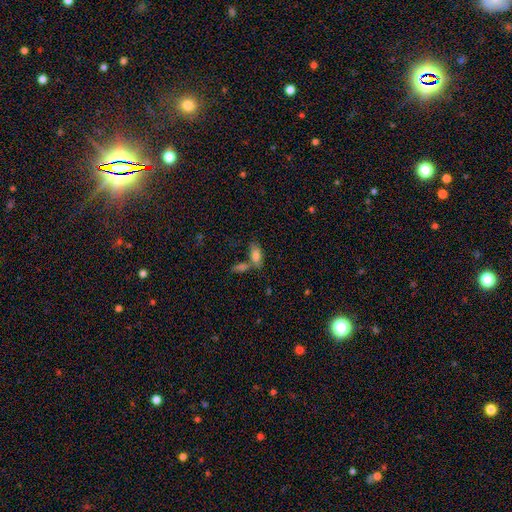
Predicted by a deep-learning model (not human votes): Overall: smooth (78%). How rounded: in between (86%). Merging: none (50%; merger 30%).